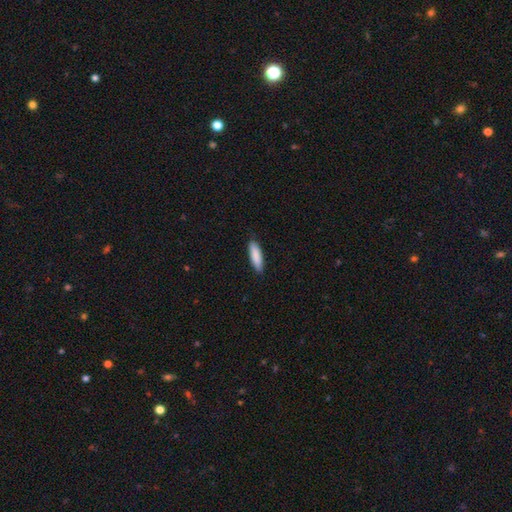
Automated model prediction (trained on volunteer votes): A smooth galaxy with no disk features (89%) that is cigar-shaped (64%).

Vote fractions:
- Smooth or featured? smooth: 89% / featured or disk: 6% / star or artifact: 5%
- How rounded? cigar-shaped: 64% / in between: 35% / round: 1%
- Merging? none: 88% / minor disturbance: 9% / major disturbance: 2% / merger: 1%